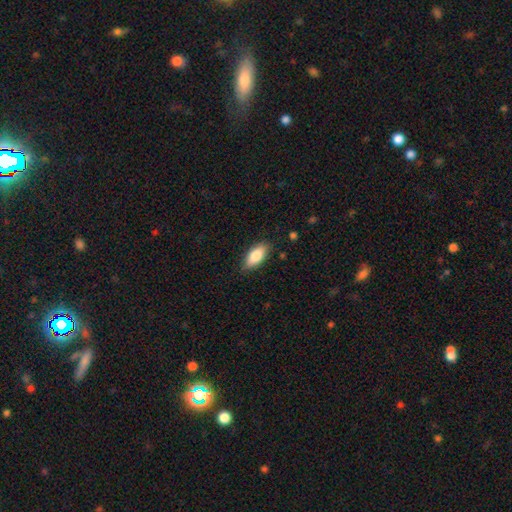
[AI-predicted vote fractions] smooth-or-featured: smooth: 81% | featured or disk: 12% | star or artifact: 6%
  how-rounded: in between: 85% | cigar-shaped: 13% | round: 2%
  merging: none: 84% | minor disturbance: 13% | major disturbance: 2% | merger: 1%